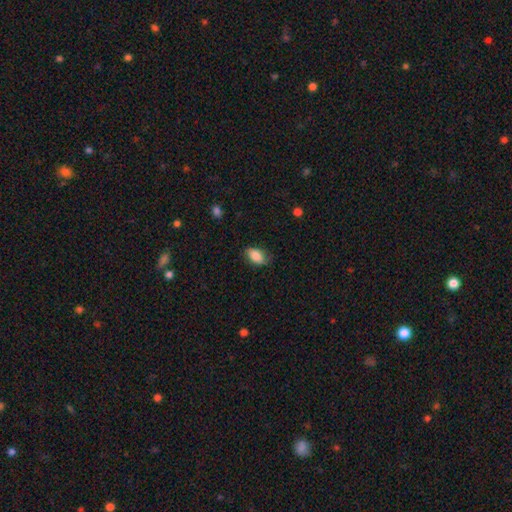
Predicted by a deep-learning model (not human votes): Overall: smooth (81%). How rounded: in between (90%). Merging: none (71%).